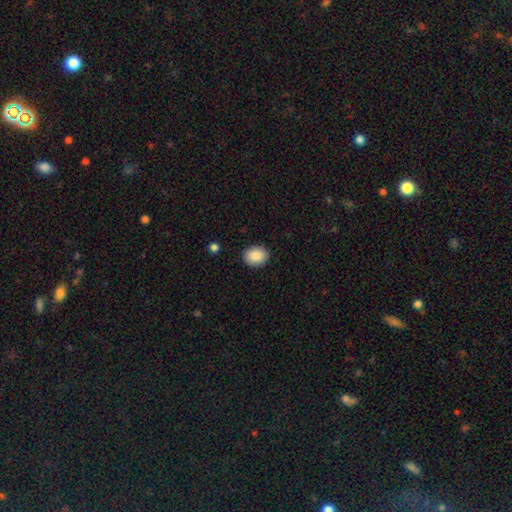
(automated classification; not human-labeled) Smooth or featured?
  - smooth: 88% *
  - star or artifact: 7%
  - featured or disk: 4%
How rounded?
  - in between: 52% *
  - round: 47%
  - cigar-shaped: 1%
Merging?
  - none: 89% *
  - minor disturbance: 8%
  - major disturbance: 2%
  - merger: 1%